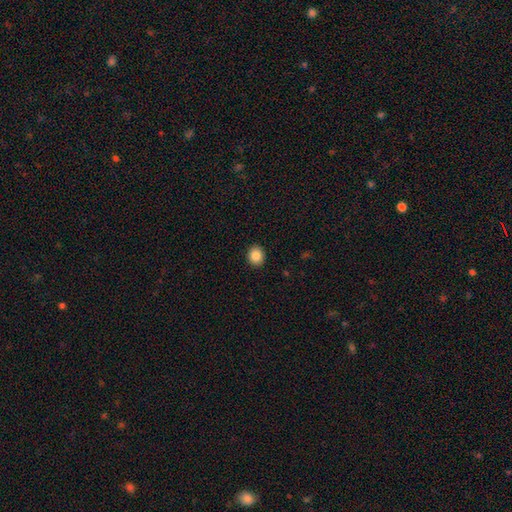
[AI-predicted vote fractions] A smooth galaxy with no disk features (86%) that is round (72%).

Vote fractions:
- Smooth or featured? smooth: 86% / star or artifact: 9% / featured or disk: 5%
- How rounded? round: 72% / in between: 27% / cigar-shaped: 1%
- Merging? none: 92% / minor disturbance: 6% / major disturbance: 2% / merger: 1%